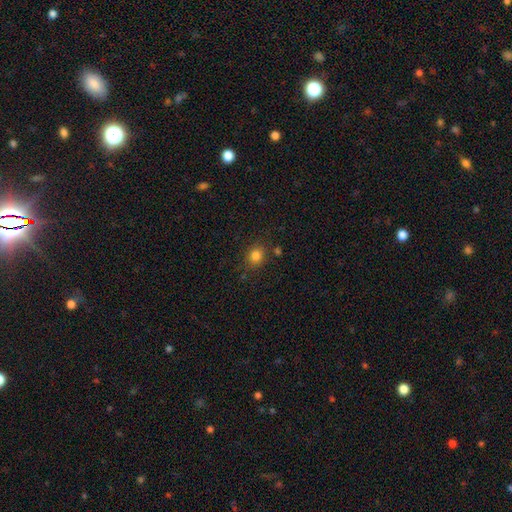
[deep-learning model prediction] The model was most divided on "how rounded": round: 74%, in between: 25%, cigar-shaped: 1%. More confident: smooth or featured — smooth (82%); merging — none (81%).